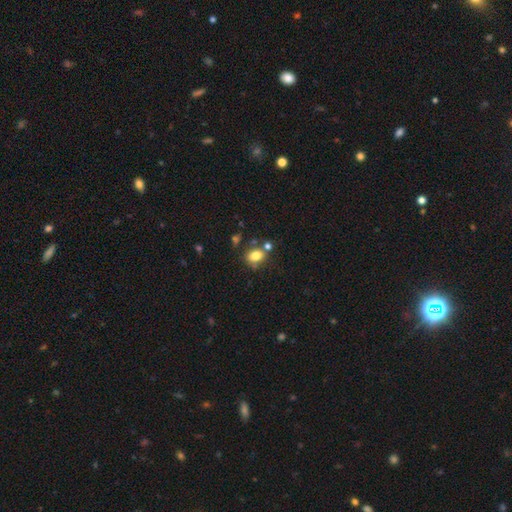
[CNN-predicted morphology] This is likely a smooth galaxy (79%). How rounded: likely in between (63%). Merging: likely none (64%).